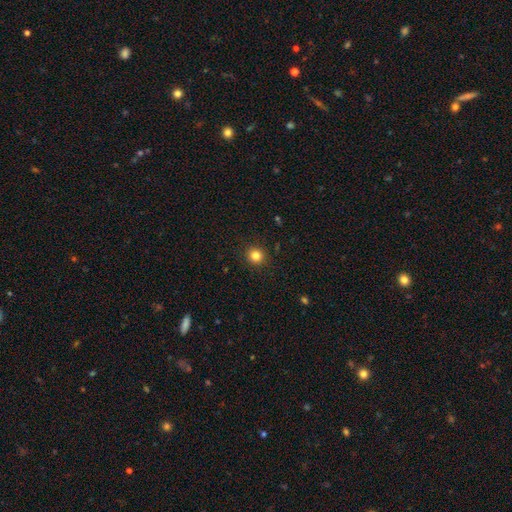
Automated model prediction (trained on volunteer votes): smooth 83%, star or artifact 12%, featured or disk 5%. Down the decision tree: how rounded — round (91%); merging — none (92%).